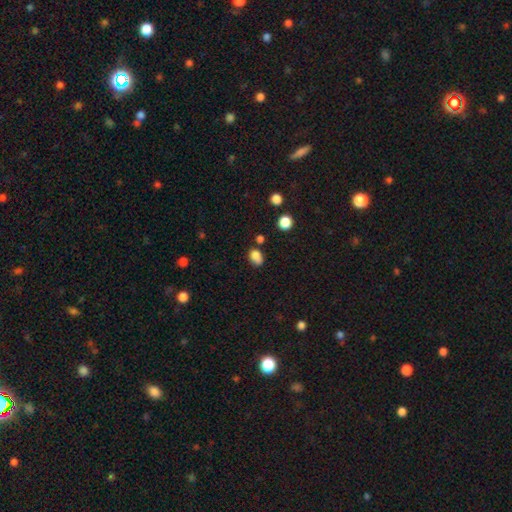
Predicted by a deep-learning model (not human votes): A smooth galaxy with no disk features (83%) that is in between round and cigar-shaped (73%).

Vote fractions:
- Smooth or featured? smooth: 83% / star or artifact: 11% / featured or disk: 5%
- How rounded? in between: 73% / round: 26% / cigar-shaped: 1%
- Merging? none: 64% / minor disturbance: 21% / merger: 9% / major disturbance: 5%